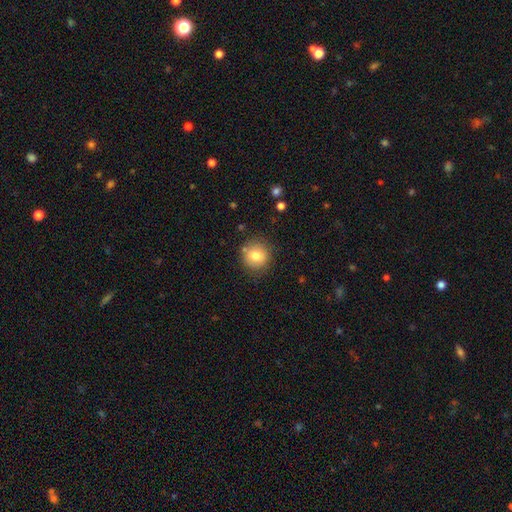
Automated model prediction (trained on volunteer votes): Smooth or featured? Predicted: smooth (p=0.80). How rounded? Predicted: round (p=0.92). Merging? Predicted: none (p=0.84).